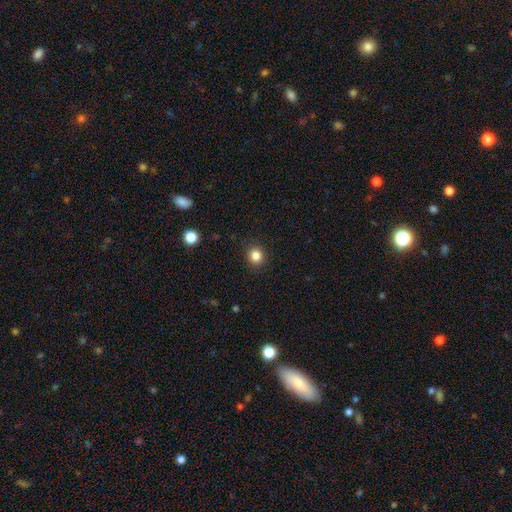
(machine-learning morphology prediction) type=smooth (84%); roundness=round (88%); merging=none (91%).